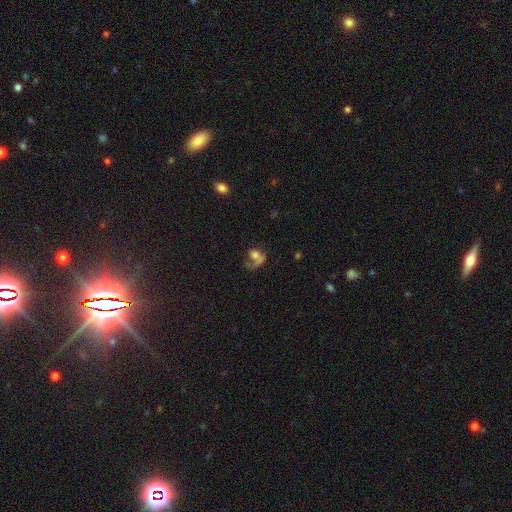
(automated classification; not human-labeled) Smooth or featured? Predicted: smooth (p=0.50). How rounded? Predicted: in between (p=0.53). Merging? Predicted: major disturbance (p=0.37).